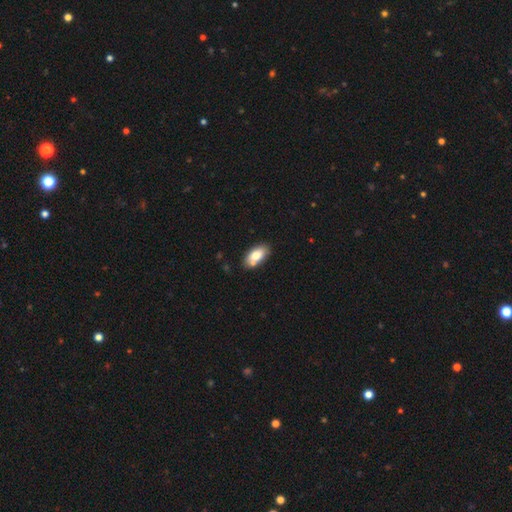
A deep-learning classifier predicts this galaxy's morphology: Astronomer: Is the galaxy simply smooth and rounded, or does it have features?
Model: smooth — 77%.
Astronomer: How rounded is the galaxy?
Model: in between — 91%.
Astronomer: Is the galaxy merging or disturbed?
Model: none — 70%.